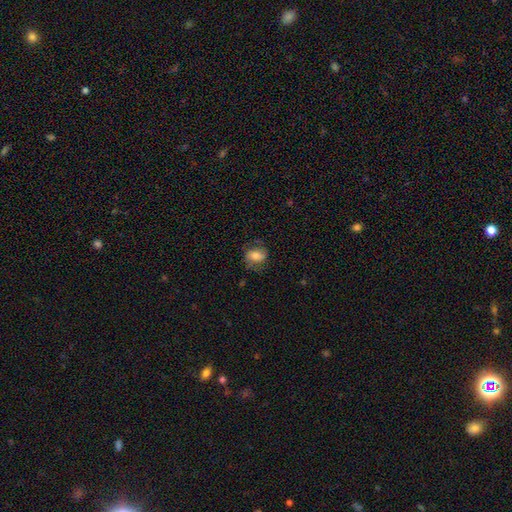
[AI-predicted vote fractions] smooth 61%, featured or disk 31%, star or artifact 8%. Down the decision tree: how rounded — in between (68%); merging — none (68%).